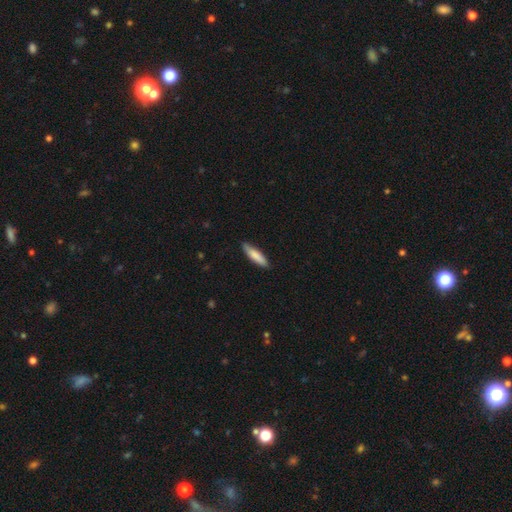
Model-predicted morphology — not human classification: smooth-or-featured: smooth: 82% | featured or disk: 12% | star or artifact: 5%
  how-rounded: cigar-shaped: 72% | in between: 27% | round: 1%
  merging: none: 82% | minor disturbance: 15% | major disturbance: 2% | merger: 1%